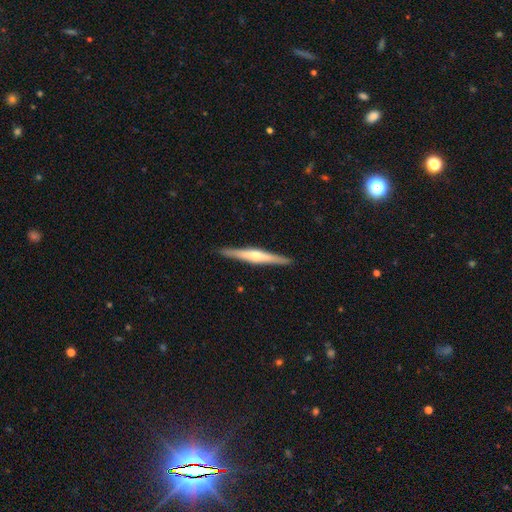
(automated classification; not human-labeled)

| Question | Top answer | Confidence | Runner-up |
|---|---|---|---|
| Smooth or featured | featured or disk | 68% | smooth (27%) |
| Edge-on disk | yes | 98% | no (2%) |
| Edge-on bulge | rounded | 81% | none (11%) |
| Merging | none | 92% | minor disturbance (6%) |